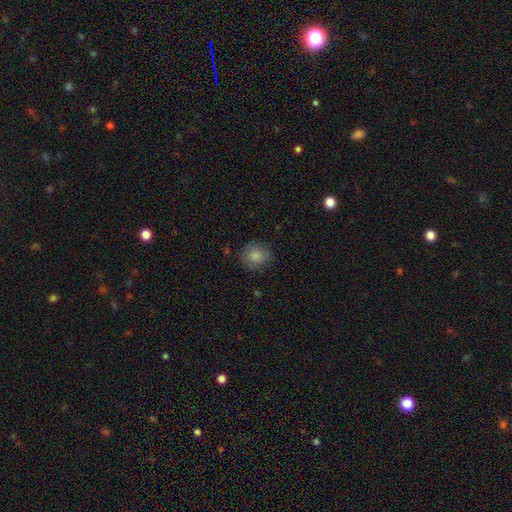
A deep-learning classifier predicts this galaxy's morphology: smooth 85%, star or artifact 10%, featured or disk 5%. Down the decision tree: how rounded — round (85%); merging — none (84%).